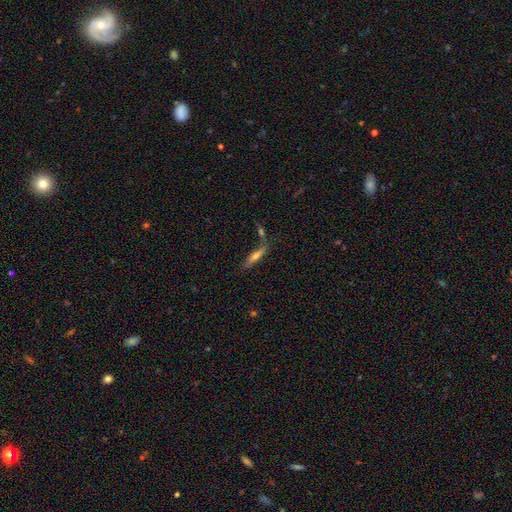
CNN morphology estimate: type=smooth (53%); roundness=cigar-shaped (80%); merging=none (63%).